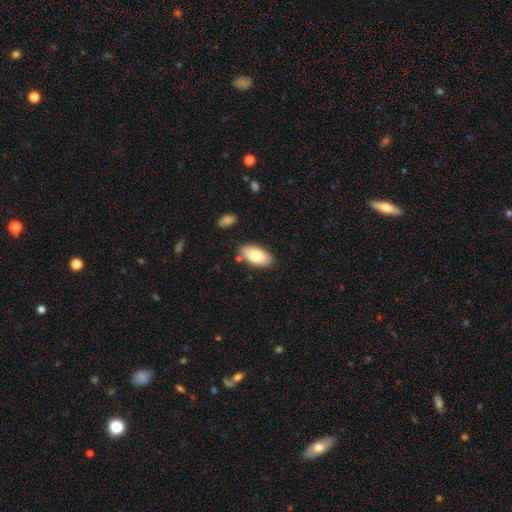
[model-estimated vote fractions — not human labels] smooth_or_featured: smooth (p=0.80) [alt: featured or disk p=0.14]
how_rounded: in between (p=0.94) [alt: cigar-shaped p=0.04]
merging: none (p=0.82) [alt: minor disturbance p=0.12]